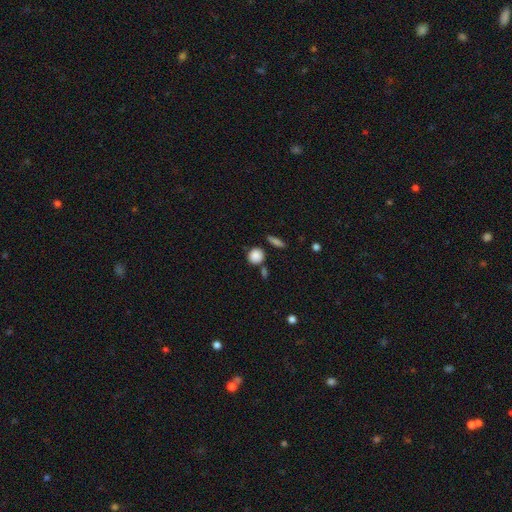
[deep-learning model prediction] Morphology: type=smooth (86%); roundness=round (87%); merging=none (75%).